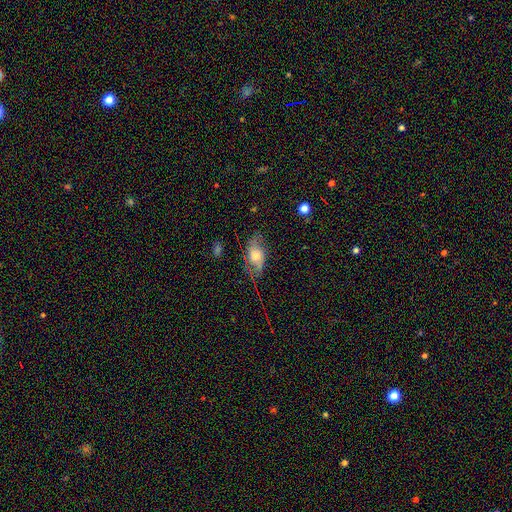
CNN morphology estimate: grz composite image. It shows a featured or disk galaxy (48%). Merging: none (61%).